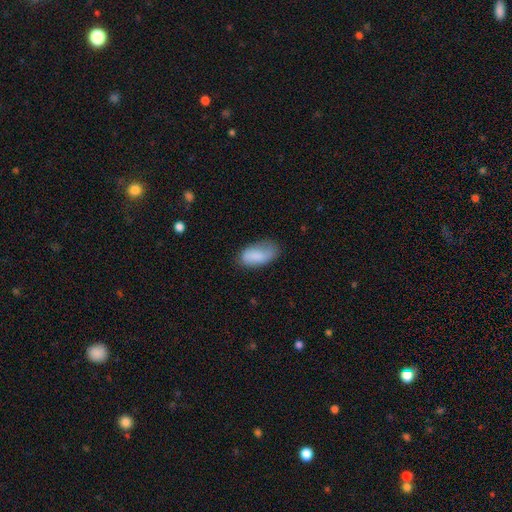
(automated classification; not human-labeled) A smooth galaxy with no disk features (81%) that is in between round and cigar-shaped (94%). Merging: none (59%).